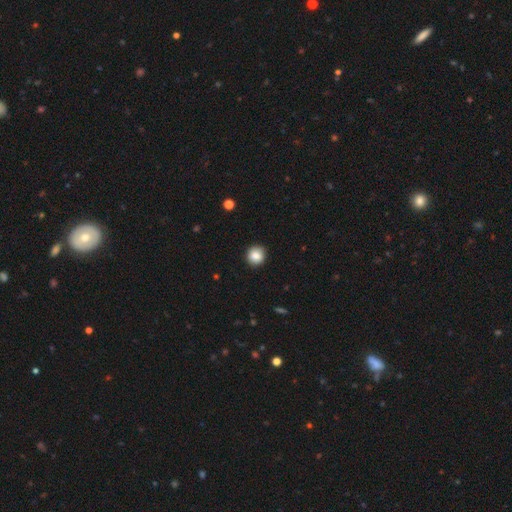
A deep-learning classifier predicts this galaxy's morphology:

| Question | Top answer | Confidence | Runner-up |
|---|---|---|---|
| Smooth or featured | smooth | 84% | star or artifact (9%) |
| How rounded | round | 91% | in between (8%) |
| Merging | none | 90% | minor disturbance (7%) |